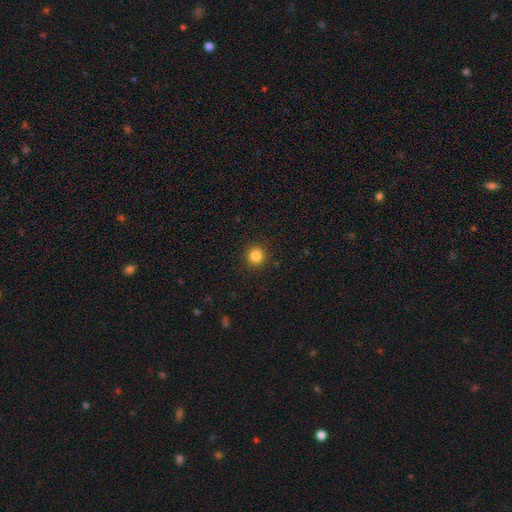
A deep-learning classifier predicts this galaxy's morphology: A smooth galaxy with no disk features (84%) that is round (94%).

Vote fractions:
- Smooth or featured? smooth: 84% / star or artifact: 12% / featured or disk: 4%
- How rounded? round: 94% / in between: 5% / cigar-shaped: 1%
- Merging? none: 92% / minor disturbance: 5% / major disturbance: 2% / merger: 1%